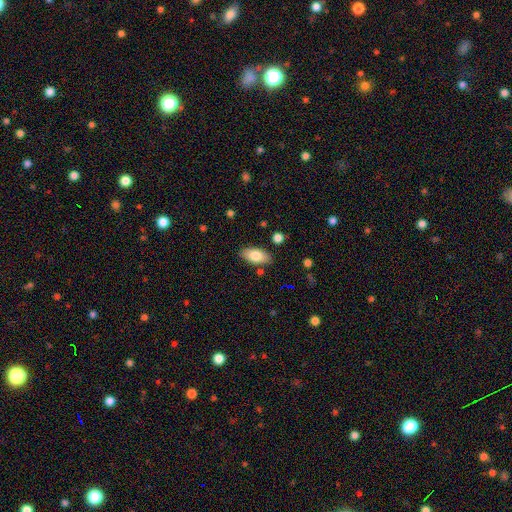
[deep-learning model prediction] Morphology: type=smooth (80%); roundness=in between (92%); merging=none (84%).